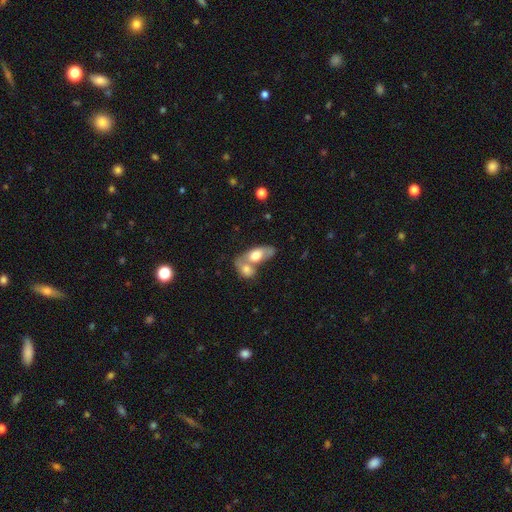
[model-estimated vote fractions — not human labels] smooth-or-featured: smooth: 63% | featured or disk: 31% | star or artifact: 6%
  how-rounded: in between: 84% | round: 9% | cigar-shaped: 8%
  merging: merger: 67% | none: 21% | minor disturbance: 8% | major disturbance: 4%